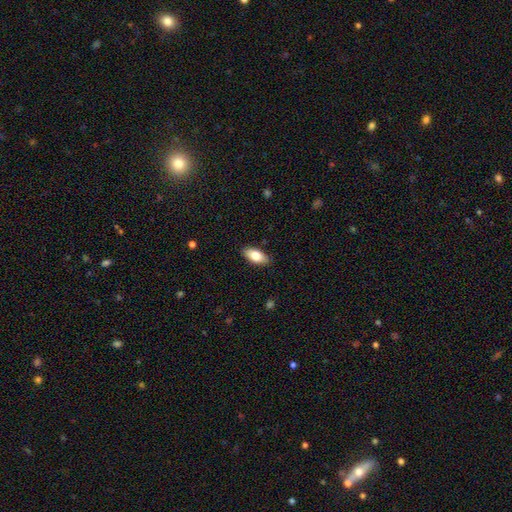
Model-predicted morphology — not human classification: Smooth or featured?
  - smooth: 78% *
  - featured or disk: 16%
  - star or artifact: 6%
How rounded?
  - in between: 89% *
  - cigar-shaped: 9%
  - round: 3%
Merging?
  - none: 88% *
  - minor disturbance: 9%
  - major disturbance: 2%
  - merger: 1%